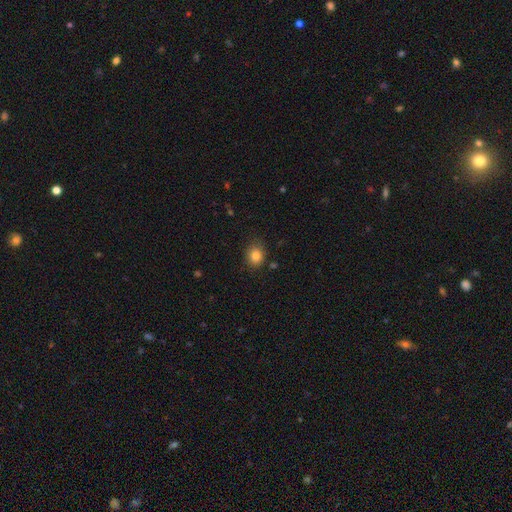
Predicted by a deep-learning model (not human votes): Smooth or featured: smooth — 83% (star or artifact — 11%)
How rounded: round — 60% (in between — 39%)
Merging: none — 82% (minor disturbance — 13%)